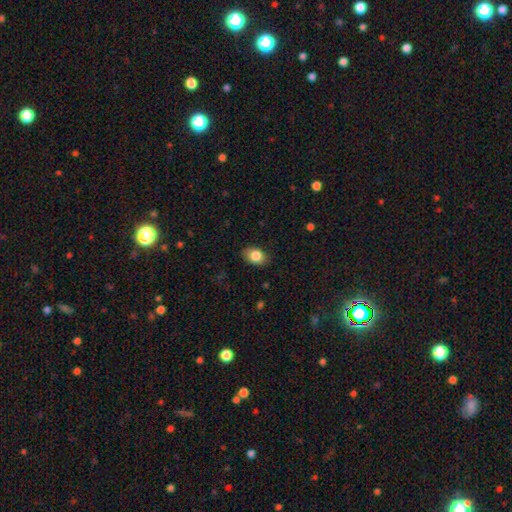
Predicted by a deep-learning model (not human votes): Smooth or featured?
  - smooth: 83% *
  - featured or disk: 10%
  - star or artifact: 8%
How rounded?
  - in between: 80% *
  - round: 19%
  - cigar-shaped: 1%
Merging?
  - none: 84% *
  - minor disturbance: 12%
  - major disturbance: 3%
  - merger: 1%